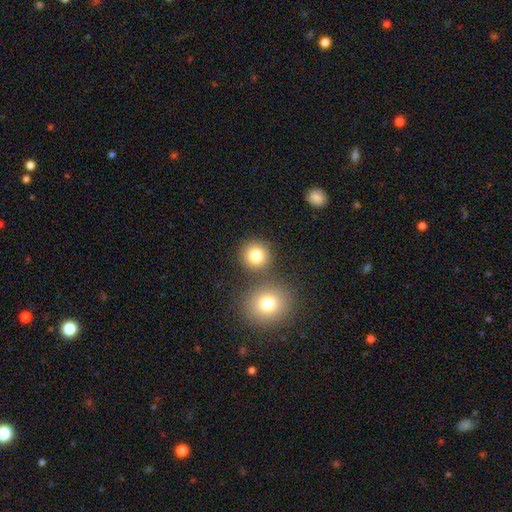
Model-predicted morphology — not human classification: smooth-or-featured: smooth: 81% | star or artifact: 12% | featured or disk: 8%
  how-rounded: round: 91% | in between: 8% | cigar-shaped: 1%
  merging: none: 74% | merger: 15% | minor disturbance: 7% | major disturbance: 3%